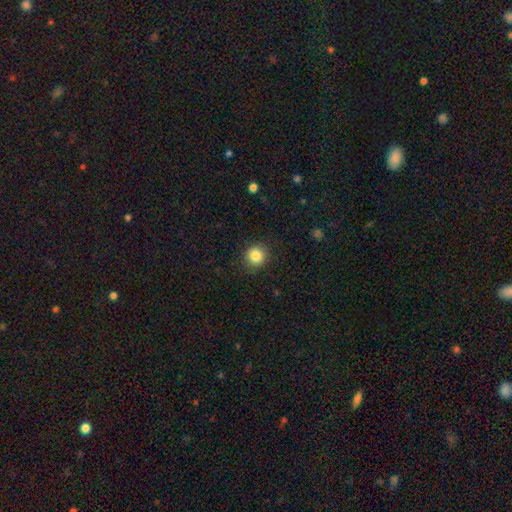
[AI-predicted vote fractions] This appears to be a smooth galaxy with no disk features (85%) that is round (91%). Merging: none (88%).